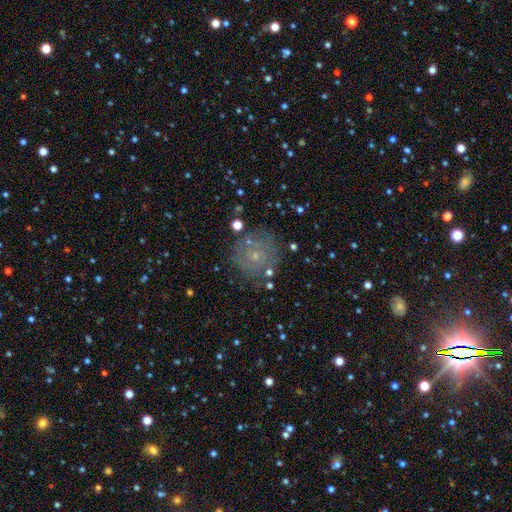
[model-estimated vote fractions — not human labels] A featured or disk galaxy (51%). Merging: none (76%).